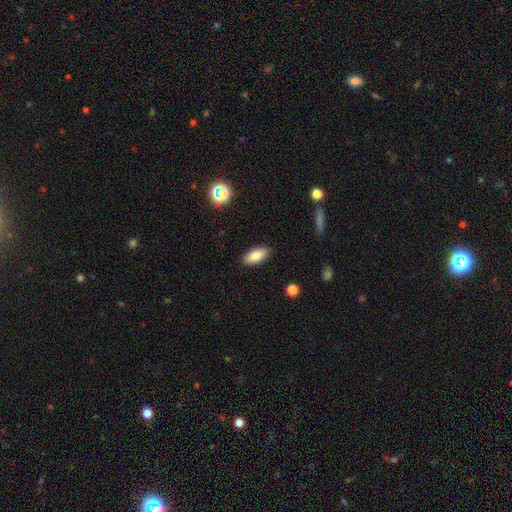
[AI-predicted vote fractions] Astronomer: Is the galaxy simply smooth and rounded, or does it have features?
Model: smooth — 83%.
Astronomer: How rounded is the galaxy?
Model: in between — 84%.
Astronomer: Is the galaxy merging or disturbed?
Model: none — 88%.